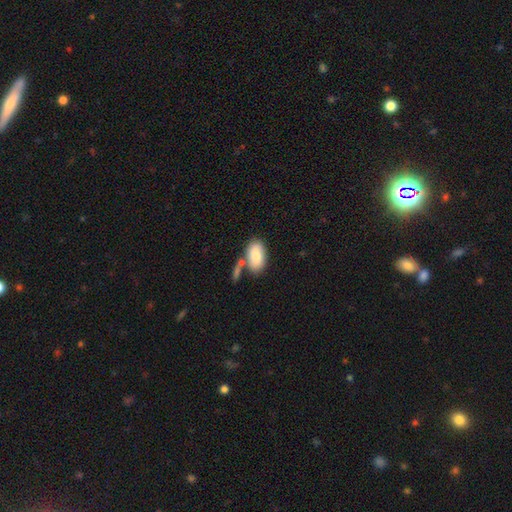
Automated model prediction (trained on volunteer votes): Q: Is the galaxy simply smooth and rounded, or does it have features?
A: smooth — 83%.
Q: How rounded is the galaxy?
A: in between — 94%.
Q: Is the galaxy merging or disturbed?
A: none — 58%.